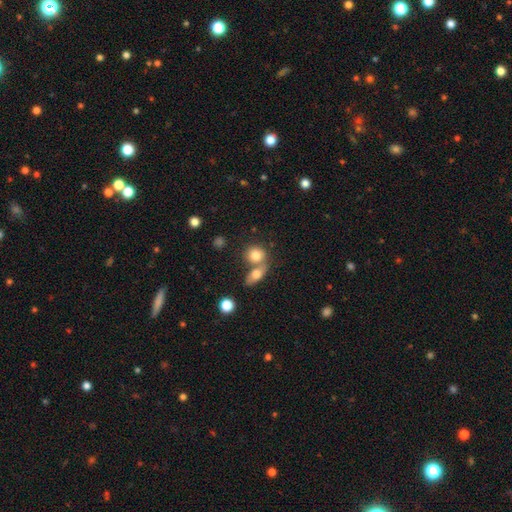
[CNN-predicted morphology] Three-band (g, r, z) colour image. It shows a smooth galaxy with no disk features (80%) that is round (66%). Merging: merger (49%).